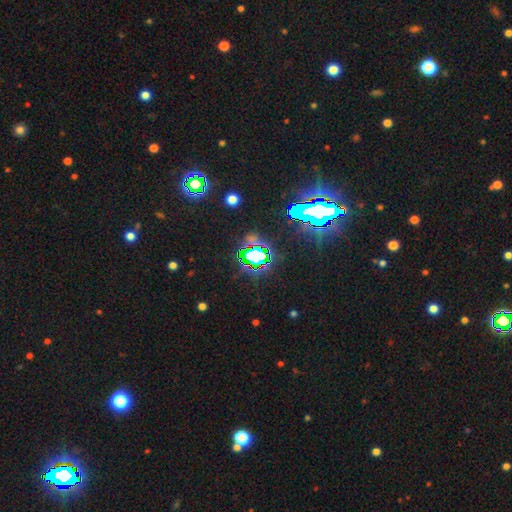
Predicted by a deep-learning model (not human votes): Smooth or featured? star or artifact (76%)